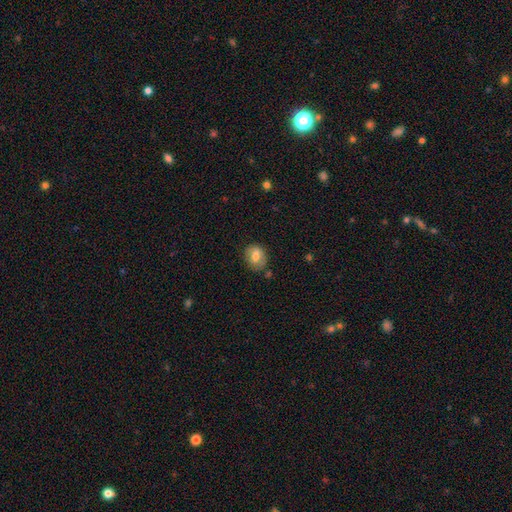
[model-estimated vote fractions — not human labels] The model was most divided on "how rounded": round: 54%, in between: 45%, cigar-shaped: 1%. More confident: smooth or featured — smooth (73%); merging — none (70%).